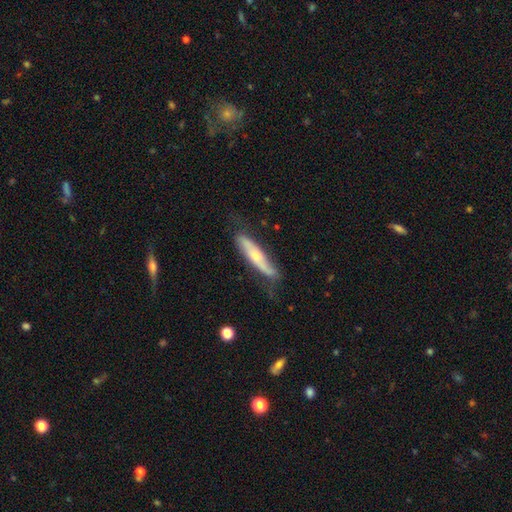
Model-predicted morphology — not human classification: smooth-or-featured: featured or disk: 54% | smooth: 40% | star or artifact: 6%
  disk-edge-on: yes: 61% | no: 39%
  merging: none: 63% | minor disturbance: 27% | major disturbance: 8% | merger: 2%